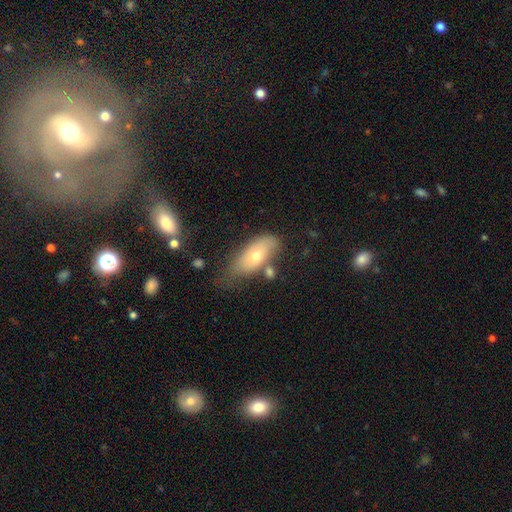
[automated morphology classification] smooth 64%, featured or disk 28%, star or artifact 7%. Down the decision tree: how rounded — in between (84%); merging — none (50%).